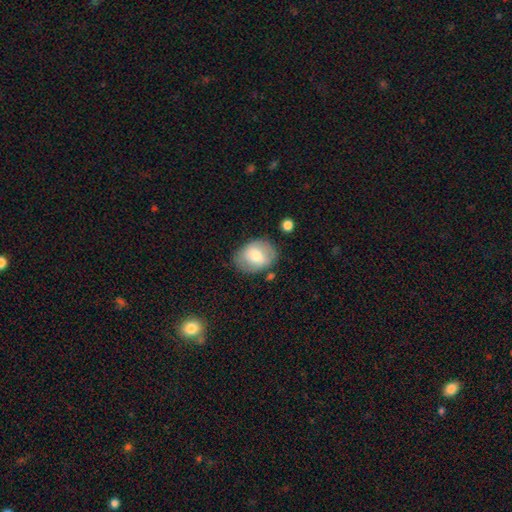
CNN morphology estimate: A smooth galaxy with no disk features (66%) that is in between round and cigar-shaped (67%).

Vote fractions:
- Smooth or featured? smooth: 66% / featured or disk: 27% / star or artifact: 7%
- How rounded? in between: 67% / round: 32% / cigar-shaped: 1%
- Merging? none: 72% / minor disturbance: 19% / major disturbance: 5% / merger: 4%